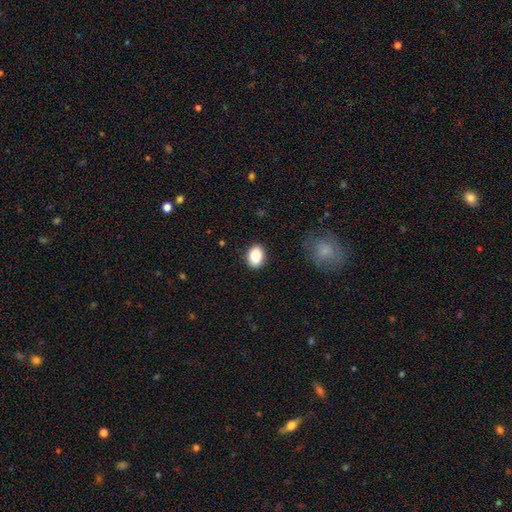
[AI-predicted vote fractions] This is clearly a smooth galaxy (88%). How rounded: likely in between (74%). Merging: clearly none (87%).